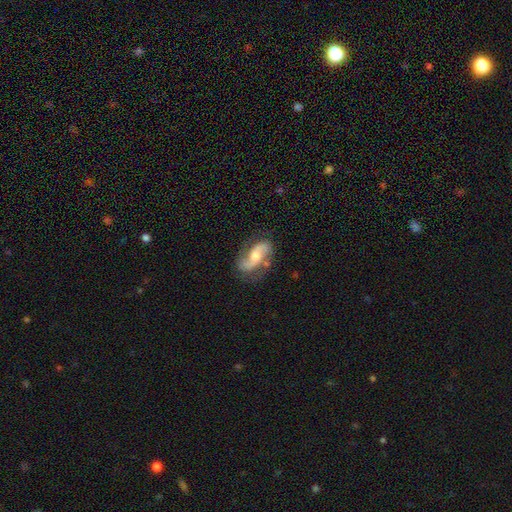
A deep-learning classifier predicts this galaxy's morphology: The model was most divided on "spiral winding": loose: 47%, medium: 39%, tight: 14%. More confident: edge-on disk — no (95%); spiral arms — yes (94%); spiral arm count — 2 (90%); smooth or featured — featured or disk (78%); merging — none (71%); bulge size — moderate (60%); bar — no (52%).